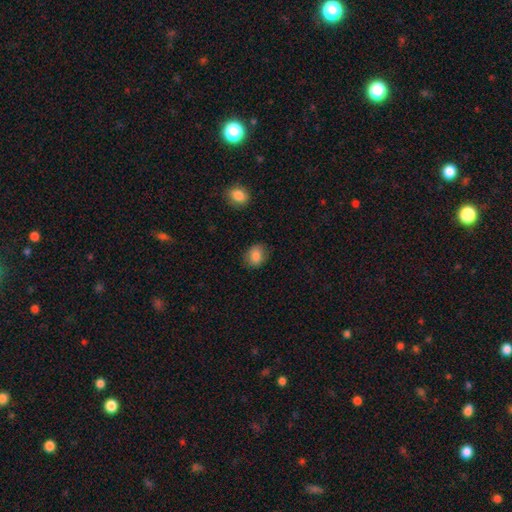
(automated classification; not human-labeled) This is clearly a smooth galaxy (86%). How rounded: possibly in between (53%). Merging: clearly none (81%).